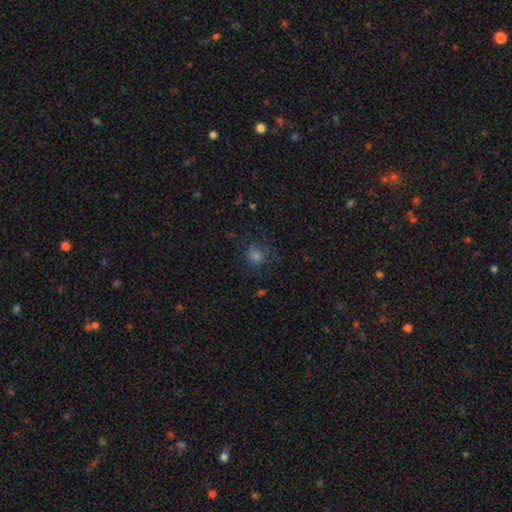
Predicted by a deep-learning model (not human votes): This is likely a smooth galaxy (68%). How rounded: clearly round (81%). Merging: likely none (74%).